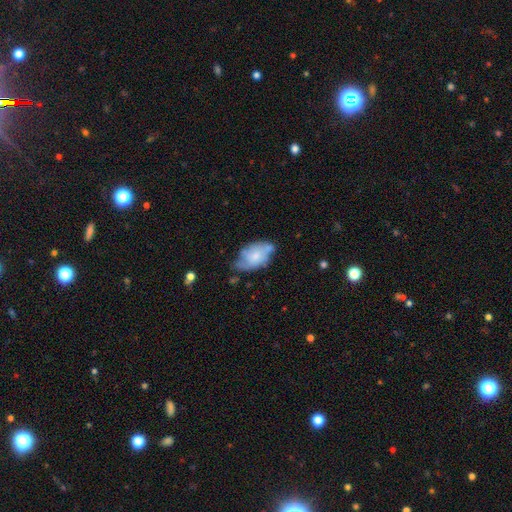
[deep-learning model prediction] The model was most divided on "merging": none: 40%, minor disturbance: 37%, major disturbance: 14%, merger: 9%. More confident: how rounded — in between (91%); smooth or featured — smooth (53%).